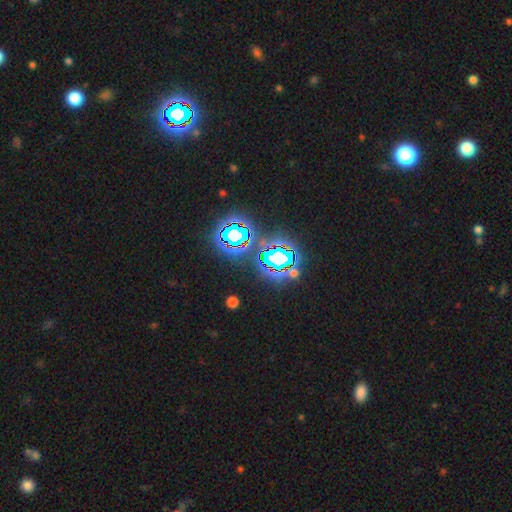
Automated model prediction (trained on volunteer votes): Morphology: type=star or artifact (82%).